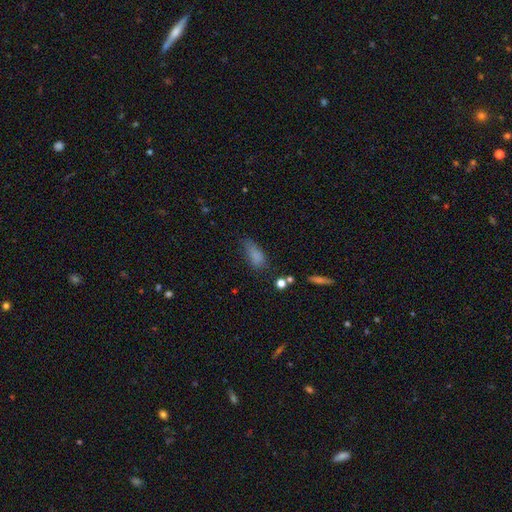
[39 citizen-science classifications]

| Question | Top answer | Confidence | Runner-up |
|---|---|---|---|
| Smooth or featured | smooth | 77% | featured or disk (13%) |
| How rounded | in between | 80% | cigar-shaped (20%) |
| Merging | none | 46% | major disturbance (26%) |